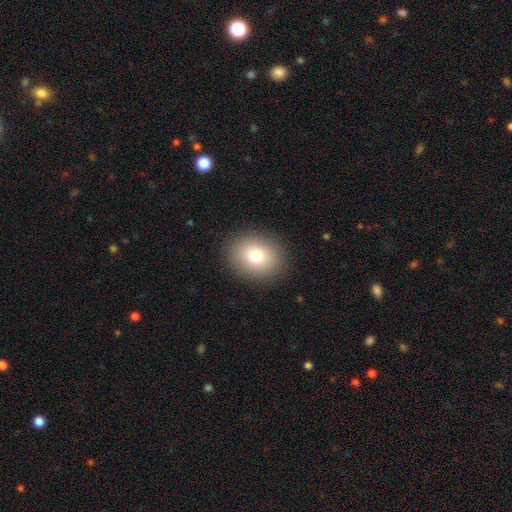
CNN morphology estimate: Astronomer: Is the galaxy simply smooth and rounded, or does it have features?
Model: smooth — 78%.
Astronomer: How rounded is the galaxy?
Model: round — 57% (runner-up: in between, 43%).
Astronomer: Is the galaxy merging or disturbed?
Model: none — 90%.